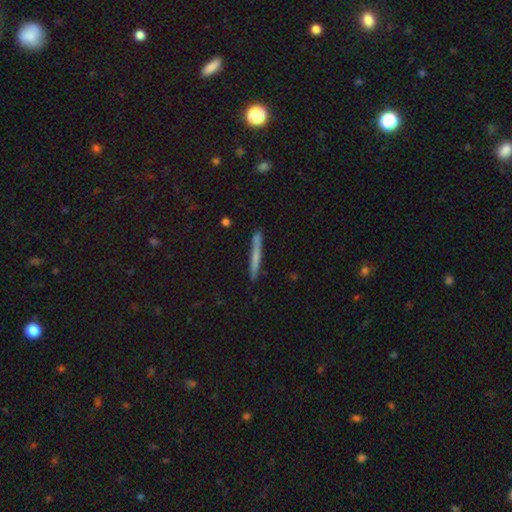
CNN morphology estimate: type=smooth (59%); roundness=cigar-shaped (96%); merging=none (88%).